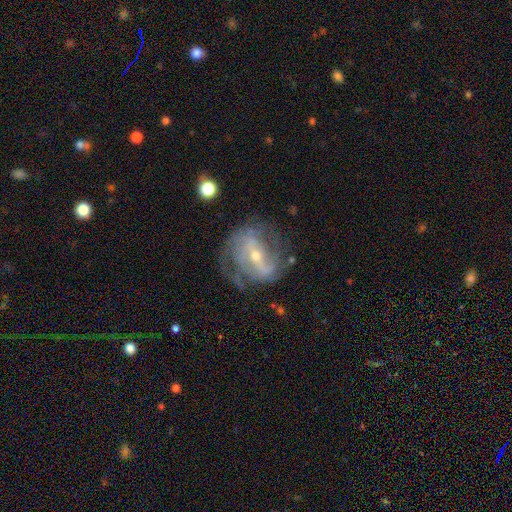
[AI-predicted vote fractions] A featured or disk galaxy (85%) with a strong bar (48%), 2 (54%) medium (43%) spiral arms (89%) and a small central bulge (57%).

Vote fractions:
- Smooth or featured? featured or disk: 85% / smooth: 8% / star or artifact: 7%
- Edge-on disk? no: 95% / yes: 5%
- Bar? strong: 48% / weak: 36% / no: 16%
- Spiral arms? yes: 89% / no: 11%
- Spiral winding? medium: 43% / tight: 34% / loose: 23%
- Spiral arm count? 2: 54% / can't tell: 23% / 3: 11% / 1: 5% / 4: 4% / more than 4: 3%
- Bulge size? small: 57% / moderate: 40% / large: 1% / none: 1% / dominant: 1%
- Merging? none: 61% / minor disturbance: 21% / major disturbance: 16% / merger: 2%